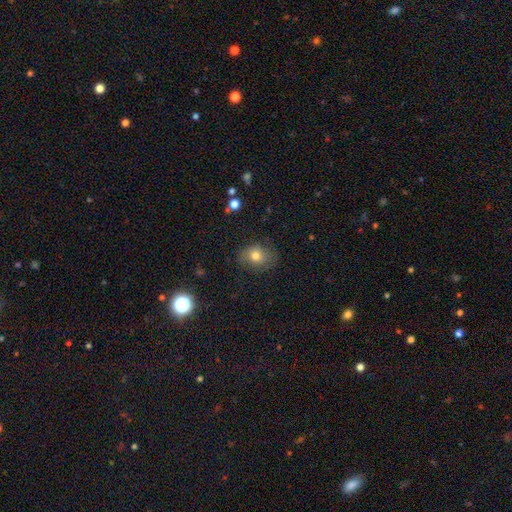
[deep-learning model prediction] The model was most divided on "how rounded": round: 55%, in between: 44%, cigar-shaped: 1%. More confident: merging — none (71%); smooth or featured — smooth (66%).